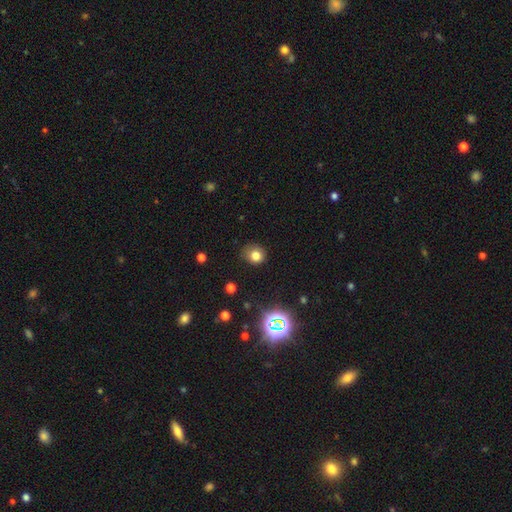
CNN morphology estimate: Smooth or featured? smooth (77%)
How rounded? round (78%)
Merging? none (72%)